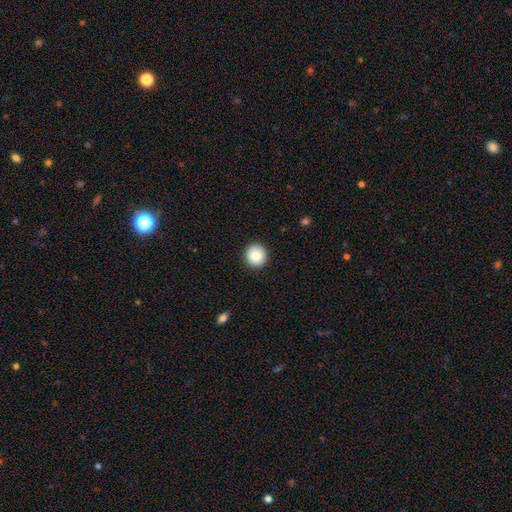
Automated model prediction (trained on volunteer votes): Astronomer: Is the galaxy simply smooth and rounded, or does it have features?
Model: smooth — 86%.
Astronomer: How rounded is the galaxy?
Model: round — 91%.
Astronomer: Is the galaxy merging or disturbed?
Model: none — 92%.